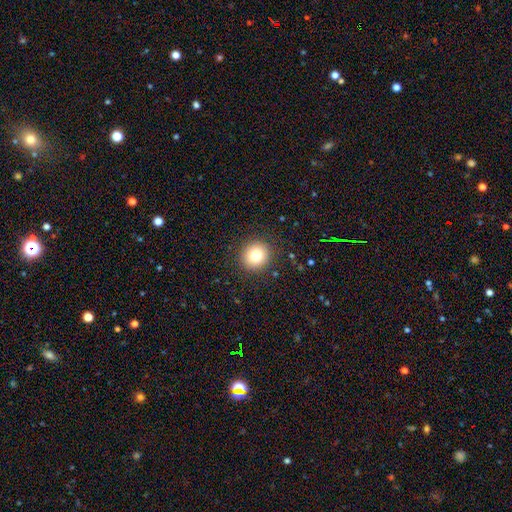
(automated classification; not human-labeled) smooth-or-featured: smooth: 80% | star or artifact: 11% | featured or disk: 9%
  how-rounded: round: 88% | in between: 11% | cigar-shaped: 1%
  merging: none: 90% | minor disturbance: 7% | major disturbance: 2% | merger: 1%